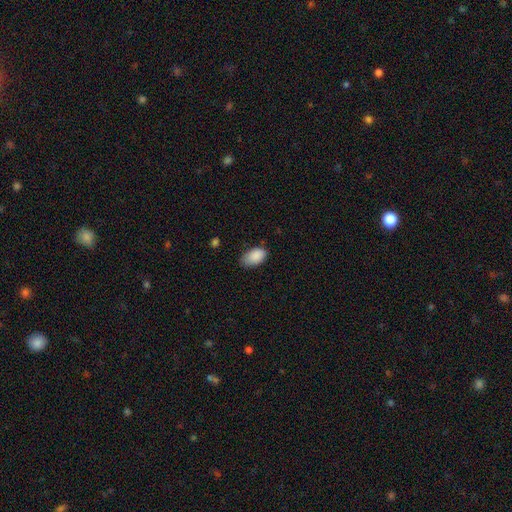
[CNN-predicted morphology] Smooth or featured? smooth (89%)
How rounded? in between (93%)
Merging? none (64%)